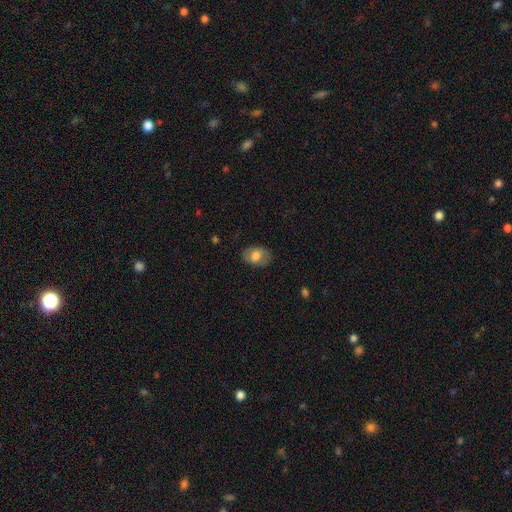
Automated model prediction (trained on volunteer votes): This appears to be a smooth galaxy with no disk features (72%) that is in between round and cigar-shaped (81%). Merging: none (80%).